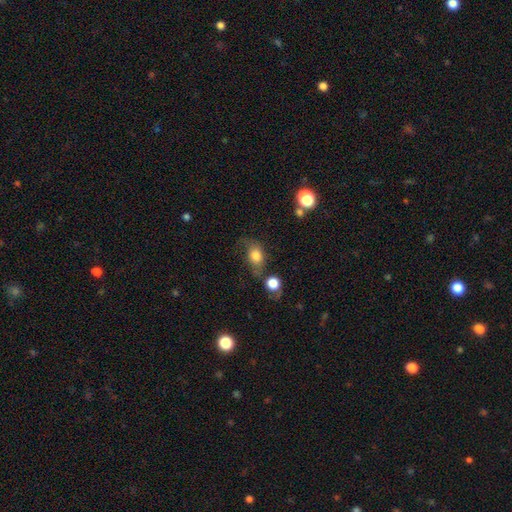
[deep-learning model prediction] Morphology: type=smooth (75%); roundness=in between (65%); merging=none (43%).